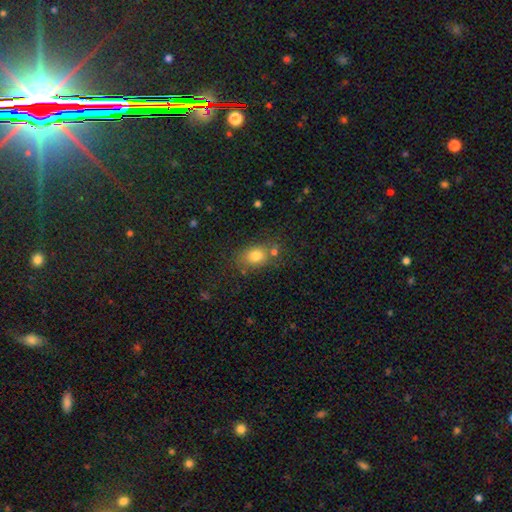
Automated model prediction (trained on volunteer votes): Smooth or featured: smooth — 79% (star or artifact — 12%)
How rounded: in between — 64% (round — 34%)
Merging: none — 65% (minor disturbance — 15%)